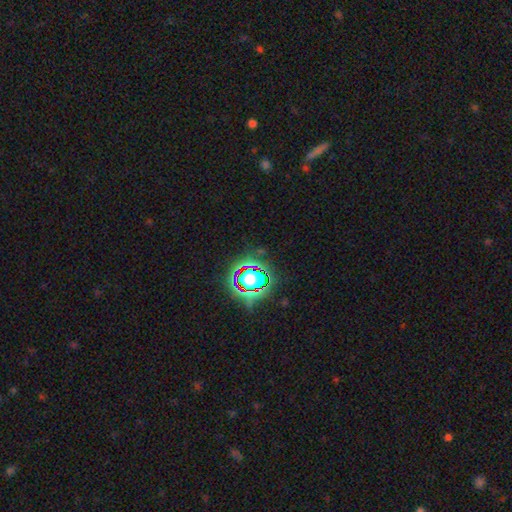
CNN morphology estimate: A star or artifact, not a galaxy (75%).

Vote fractions:
- Smooth or featured? star or artifact: 75% / smooth: 15% / featured or disk: 10%